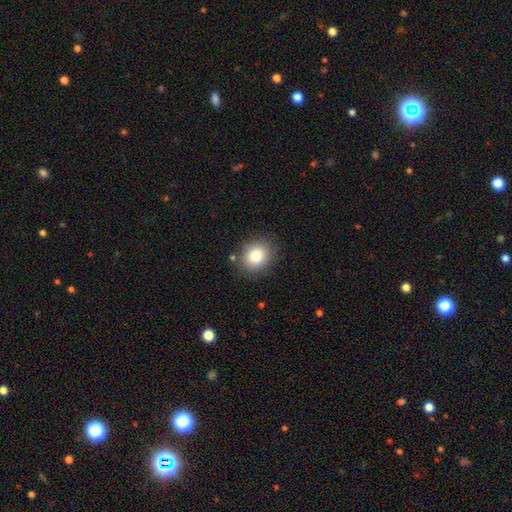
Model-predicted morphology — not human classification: smooth 84%, star or artifact 10%, featured or disk 6%. Down the decision tree: how rounded — round (68%); merging — none (85%).